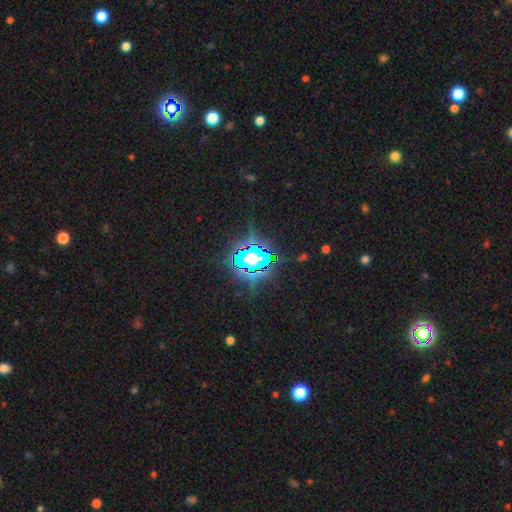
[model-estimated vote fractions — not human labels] This is clearly a star or artifact rather than a galaxy (82%).